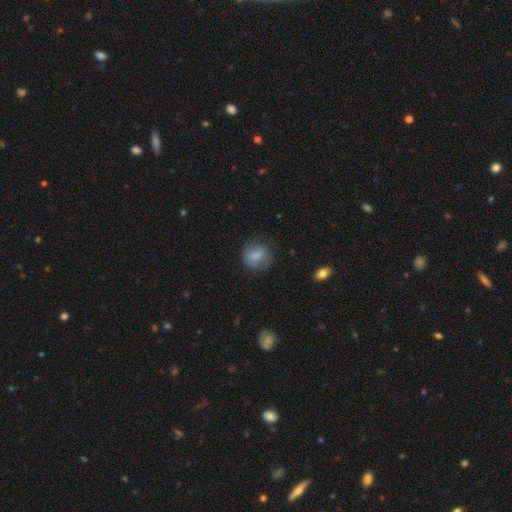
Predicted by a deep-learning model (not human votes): smooth 68%, featured or disk 24%, star or artifact 8%. Down the decision tree: how rounded — round (75%); merging — none (67%).